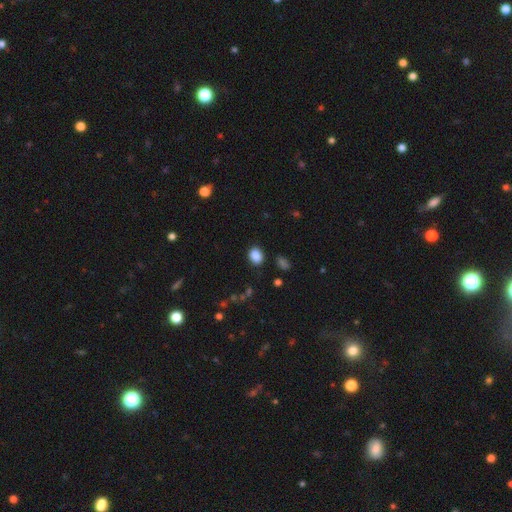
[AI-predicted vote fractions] This appears to be a smooth galaxy with no disk features (87%) that is in between round and cigar-shaped (55%). Merging: none (84%).